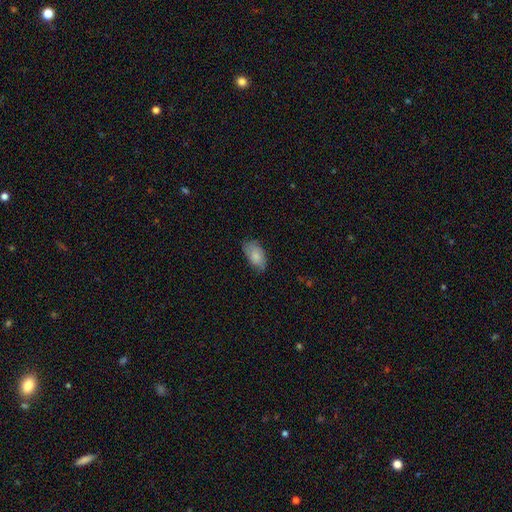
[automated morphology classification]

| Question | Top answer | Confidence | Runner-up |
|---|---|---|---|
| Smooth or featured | smooth | 81% | featured or disk (13%) |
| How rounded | in between | 94% | round (4%) |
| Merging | none | 68% | minor disturbance (25%) |